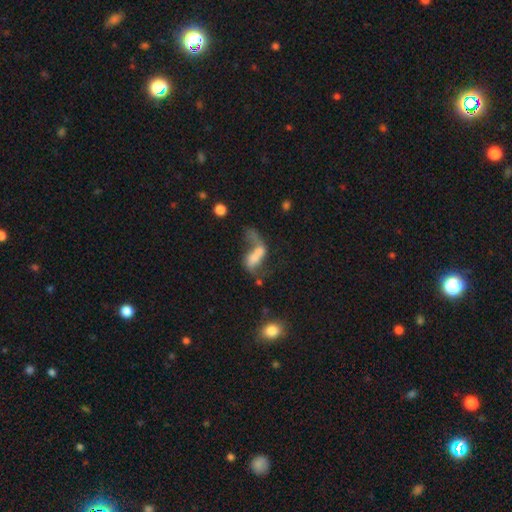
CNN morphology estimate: featured or disk 47%, smooth 41%, star or artifact 12%. Down the decision tree: merging — merger (54%).